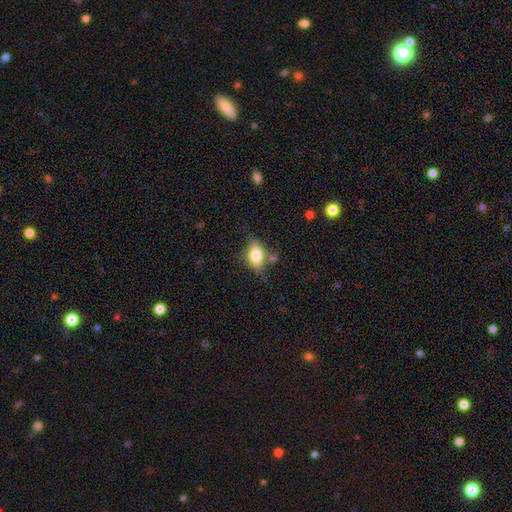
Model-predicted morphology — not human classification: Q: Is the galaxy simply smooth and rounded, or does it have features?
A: smooth — 65%.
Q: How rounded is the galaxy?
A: in between — 79%.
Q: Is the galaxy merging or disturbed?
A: none — 53%.